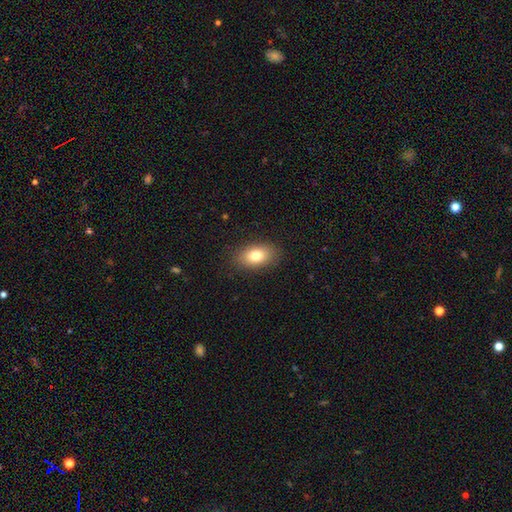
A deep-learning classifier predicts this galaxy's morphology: Q: Smooth or featured?
A: smooth (78%); runner-up: featured or disk (13%)
Q: How rounded?
A: in between (87%); runner-up: round (10%)
Q: Merging?
A: none (87%); runner-up: minor disturbance (9%)